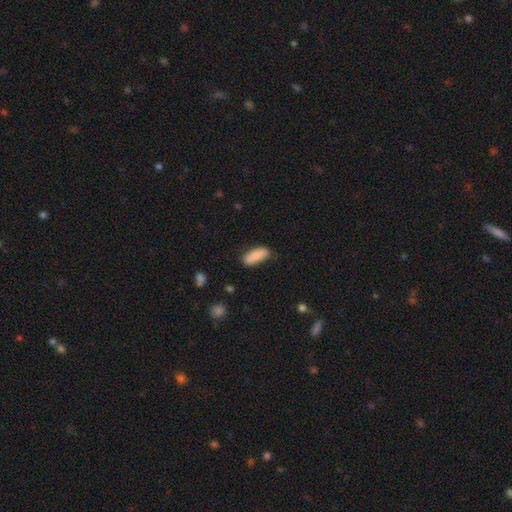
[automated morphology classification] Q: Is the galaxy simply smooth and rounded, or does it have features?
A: smooth — 87%.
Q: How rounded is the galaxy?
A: in between — 74%.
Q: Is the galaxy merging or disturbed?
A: none — 77%.